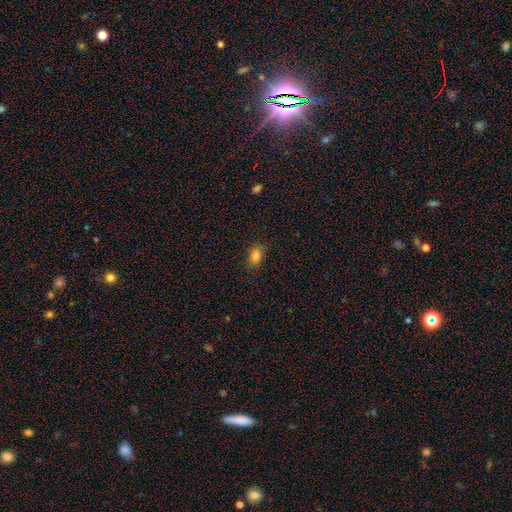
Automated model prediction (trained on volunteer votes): smooth-or-featured: smooth: 83% | star or artifact: 11% | featured or disk: 6%
  how-rounded: in between: 81% | round: 17% | cigar-shaped: 3%
  merging: none: 79% | minor disturbance: 16% | major disturbance: 4% | merger: 1%